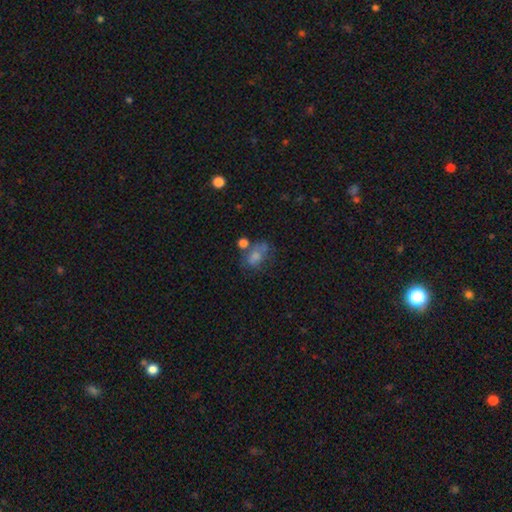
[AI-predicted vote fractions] Smooth or featured? smooth (60%)
How rounded? in between (71%)
Merging? none (35%)